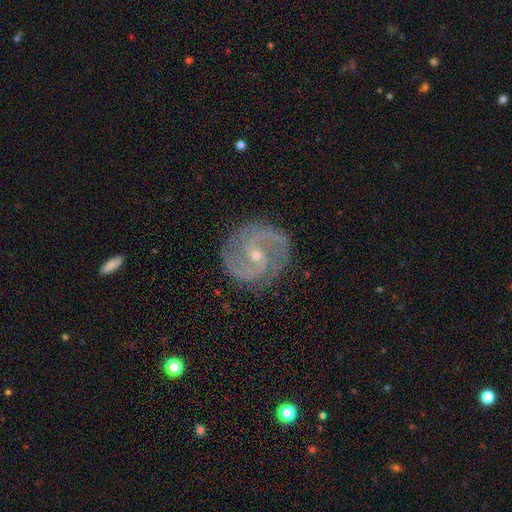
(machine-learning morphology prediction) The model was most divided on "spiral winding": medium: 47%, tight: 46%, loose: 7%. More confident: spiral arms — yes (98%); edge-on disk — no (98%); smooth or featured — featured or disk (91%); merging — none (82%); bulge size — small (68%); spiral arm count — 2 (59%); bar — no (53%).